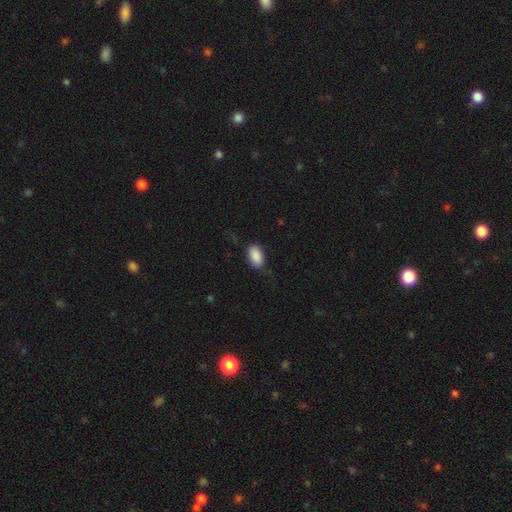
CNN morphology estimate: Overall: smooth (89%). How rounded: in between (93%). Merging: none (71%).